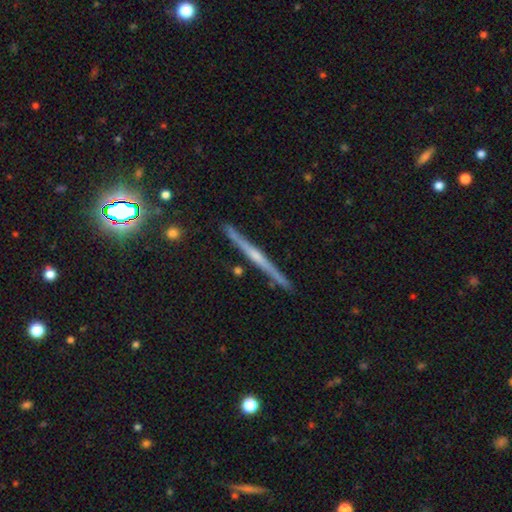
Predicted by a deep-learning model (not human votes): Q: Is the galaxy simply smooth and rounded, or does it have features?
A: featured or disk — 77%.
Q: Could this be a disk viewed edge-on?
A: yes — 98%.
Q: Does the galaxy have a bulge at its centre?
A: rounded — 61%.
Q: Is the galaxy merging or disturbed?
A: none — 91%.